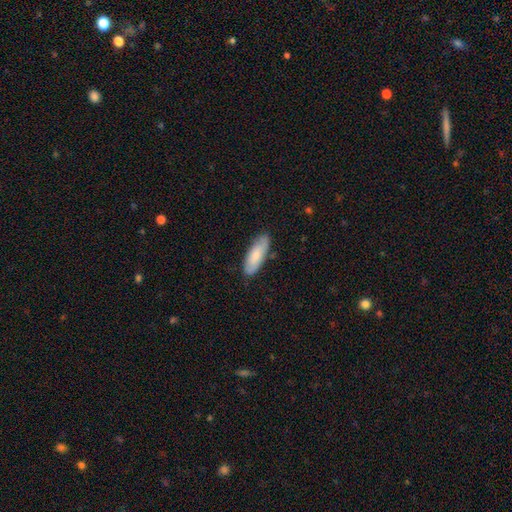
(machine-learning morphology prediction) smooth_or_featured: smooth (p=0.76) [alt: featured or disk p=0.18]
how_rounded: in between (p=0.65) [alt: cigar-shaped p=0.34]
merging: none (p=0.82) [alt: minor disturbance p=0.14]